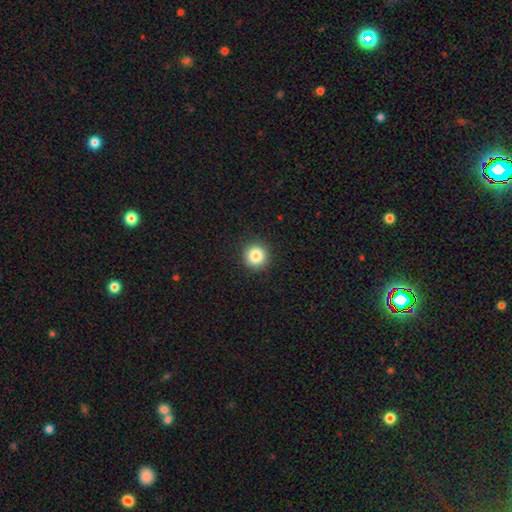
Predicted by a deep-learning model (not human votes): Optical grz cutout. It shows a smooth galaxy with no disk features (85%) that is round (95%). Merging: none (92%).